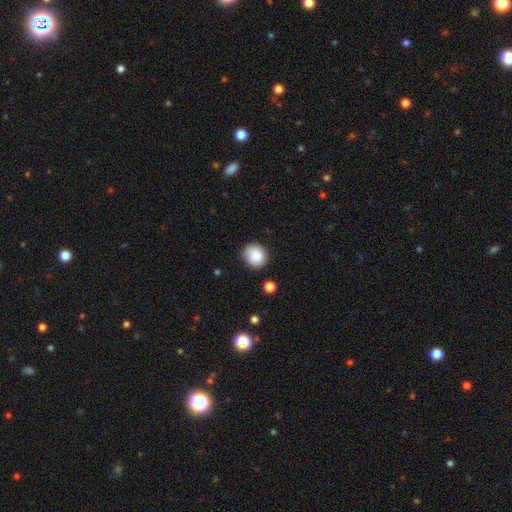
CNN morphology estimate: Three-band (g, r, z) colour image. It shows a smooth galaxy with no disk features (88%) that is round (83%). Merging: none (85%).